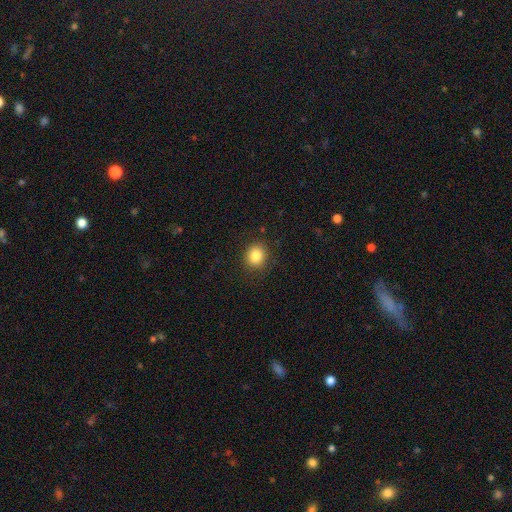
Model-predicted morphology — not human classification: This appears to be a smooth galaxy with no disk features (84%) that is round (80%). Merging: none (89%).